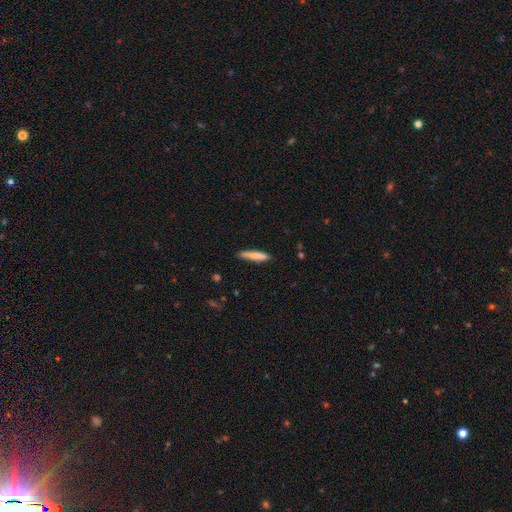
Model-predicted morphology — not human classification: A smooth galaxy with no disk features (78%) that is cigar-shaped (91%). Merging: none (86%).